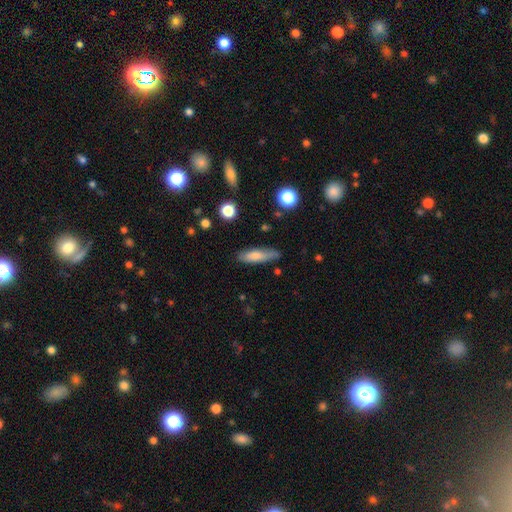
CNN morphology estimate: The model was most divided on "how rounded": cigar-shaped: 60%, in between: 38%, round: 2%. More confident: smooth or featured — smooth (75%); merging — none (74%).